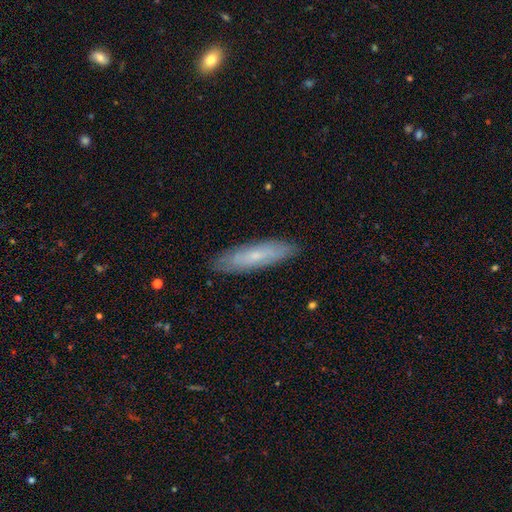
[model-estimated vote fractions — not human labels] smooth_or_featured: smooth (p=0.50) [alt: featured or disk p=0.42]
how_rounded: cigar-shaped (p=0.70) [alt: in between p=0.28]
merging: none (p=0.87) [alt: minor disturbance p=0.10]